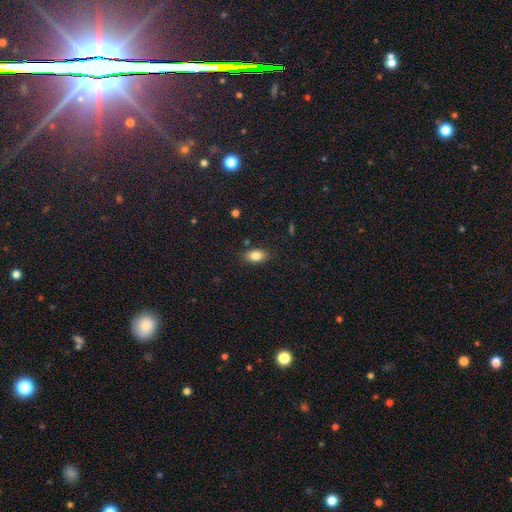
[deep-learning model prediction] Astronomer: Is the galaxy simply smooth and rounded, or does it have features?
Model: smooth — 83%.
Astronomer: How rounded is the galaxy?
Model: in between — 88%.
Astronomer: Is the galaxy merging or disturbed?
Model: none — 85%.